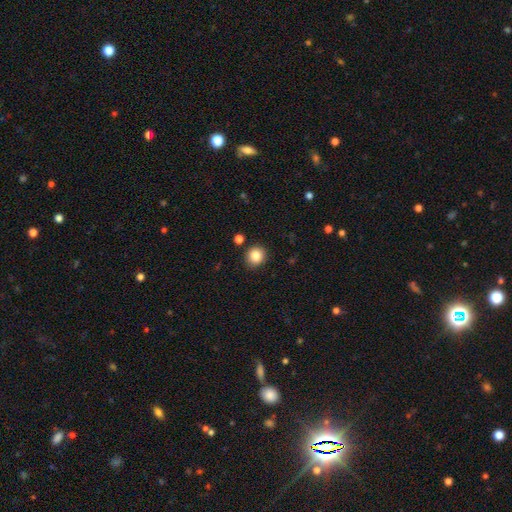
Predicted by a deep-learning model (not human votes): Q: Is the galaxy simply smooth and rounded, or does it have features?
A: smooth — 84%.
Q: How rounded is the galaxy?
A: round — 87%.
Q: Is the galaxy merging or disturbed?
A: none — 88%.